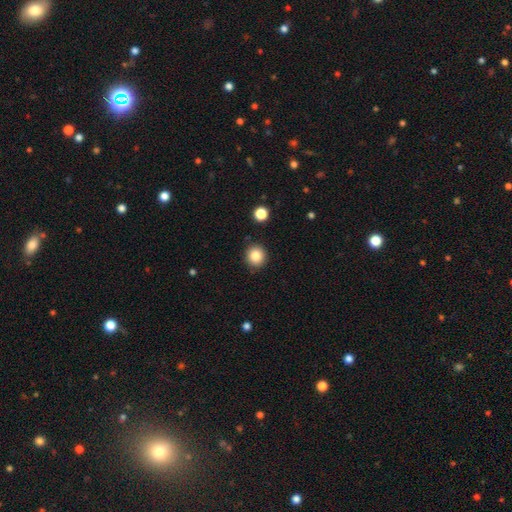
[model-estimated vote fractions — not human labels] Morphology: type=smooth (84%); roundness=round (91%); merging=none (89%).